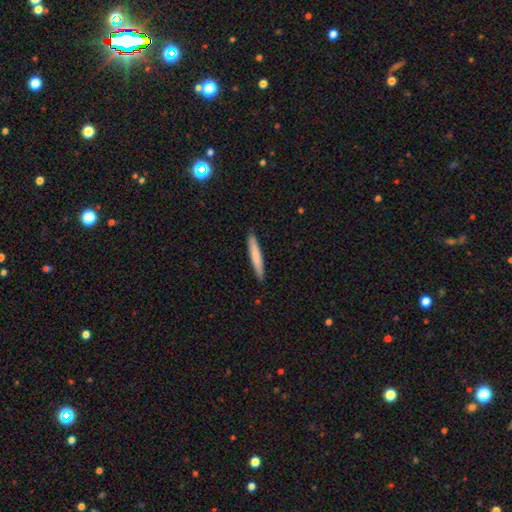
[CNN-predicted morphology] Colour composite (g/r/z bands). It shows a smooth galaxy with no disk features (76%) that is cigar-shaped (95%). Merging: none (91%).